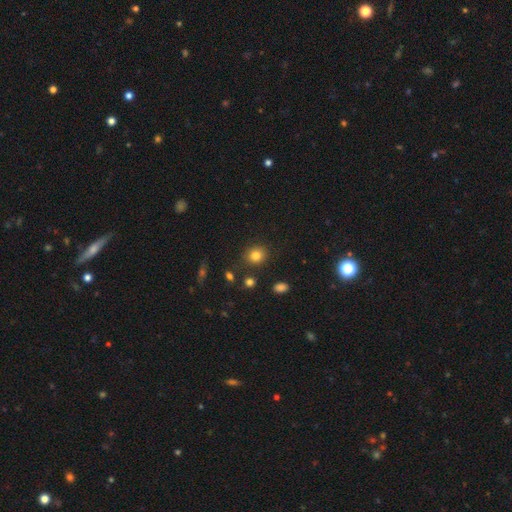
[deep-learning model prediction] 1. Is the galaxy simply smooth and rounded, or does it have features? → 82% smooth, 12% star or artifact, 6% featured or disk.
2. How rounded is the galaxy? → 76% round, 23% in between, 1% cigar-shaped.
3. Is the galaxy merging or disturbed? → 85% none, 9% minor disturbance, 3% merger, 3% major disturbance.